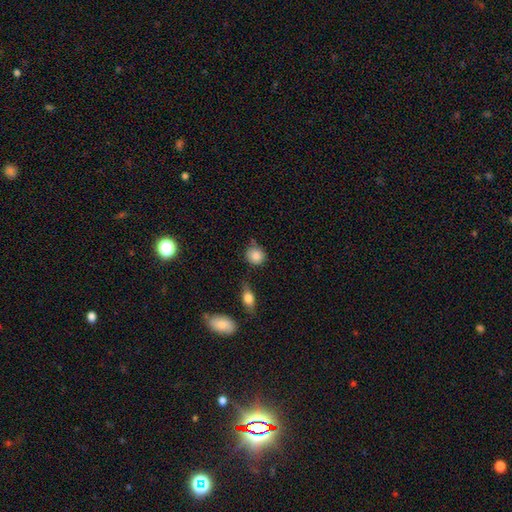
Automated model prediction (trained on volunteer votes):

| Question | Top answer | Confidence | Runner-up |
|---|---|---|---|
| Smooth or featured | smooth | 85% | star or artifact (8%) |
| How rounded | round | 85% | in between (14%) |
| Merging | none | 69% | minor disturbance (19%) |